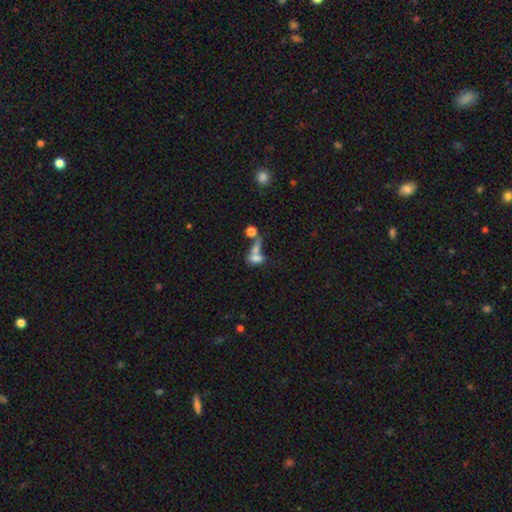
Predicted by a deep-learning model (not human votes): Smooth or featured? smooth (64%)
How rounded? in between (69%)
Merging? merger (55%)